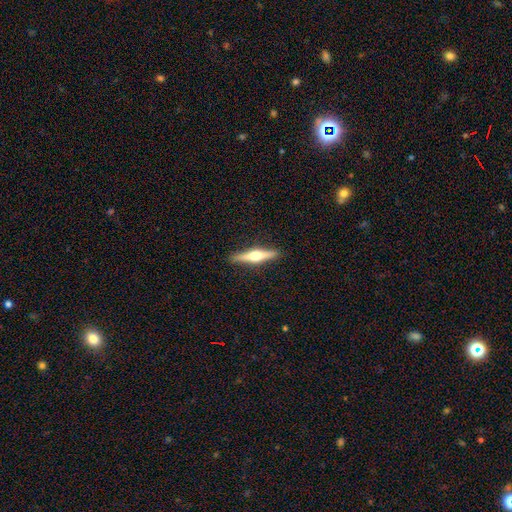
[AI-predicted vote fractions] Smooth or featured: featured or disk — 67% (smooth — 28%)
Edge-on disk: yes — 98% (no — 2%)
Edge-on bulge: rounded — 95% (boxy — 3%)
Merging: none — 91% (minor disturbance — 7%)